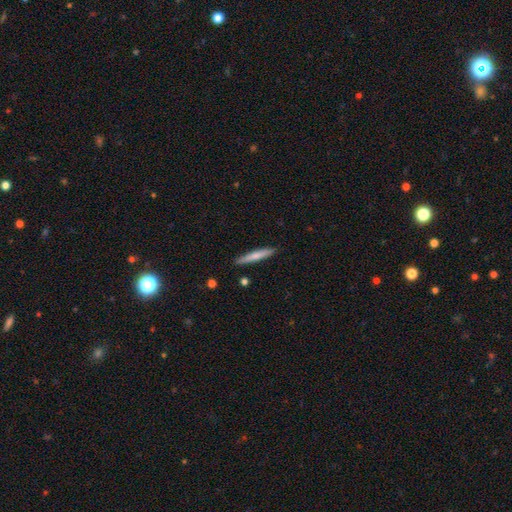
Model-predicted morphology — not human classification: Smooth or featured: smooth — 65% (featured or disk — 30%)
How rounded: cigar-shaped — 94% (in between — 4%)
Merging: none — 89% (minor disturbance — 8%)